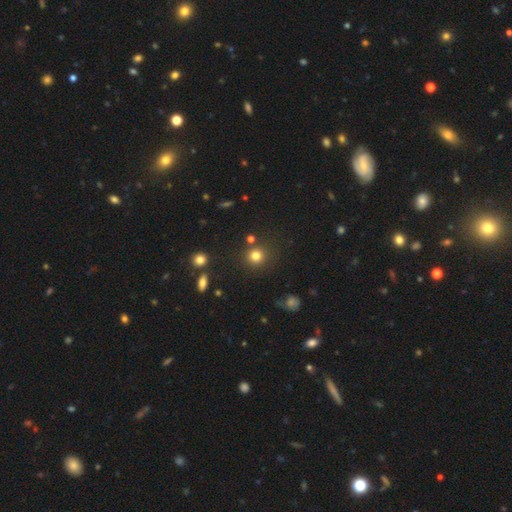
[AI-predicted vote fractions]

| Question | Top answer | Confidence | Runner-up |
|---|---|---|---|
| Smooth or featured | smooth | 79% | star or artifact (15%) |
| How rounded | round | 90% | in between (9%) |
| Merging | none | 82% | minor disturbance (8%) |